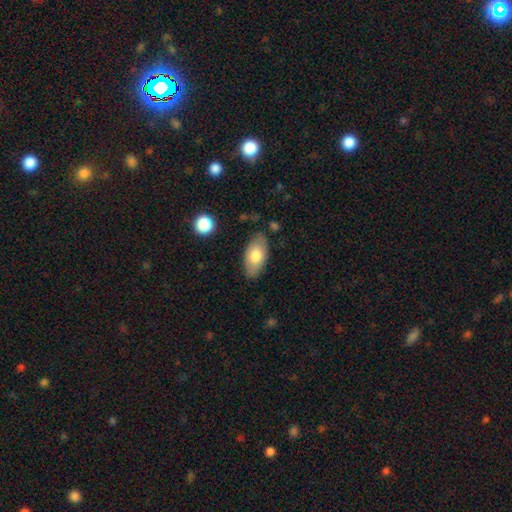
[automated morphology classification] smooth 73%, featured or disk 21%, star or artifact 6%. Down the decision tree: how rounded — in between (94%); merging — none (78%).